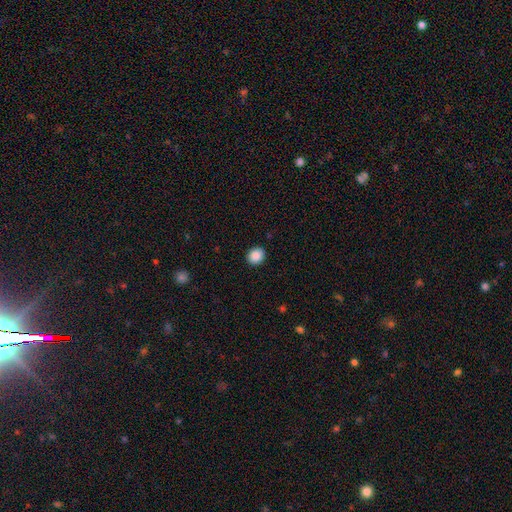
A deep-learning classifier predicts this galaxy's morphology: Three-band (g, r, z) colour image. It shows a smooth galaxy with no disk features (88%) that is round (72%). Merging: none (91%).